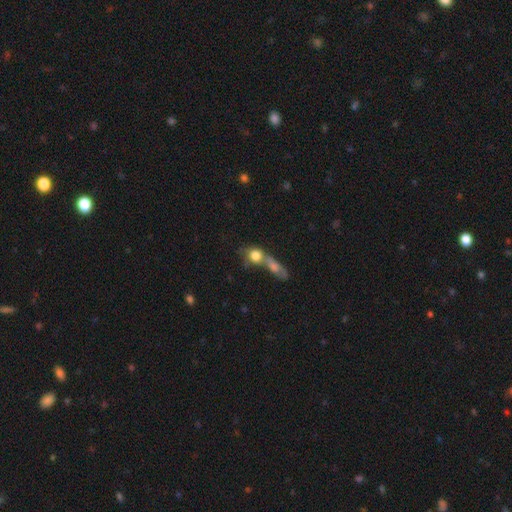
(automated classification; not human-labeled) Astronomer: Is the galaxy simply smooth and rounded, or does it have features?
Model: smooth — 70%.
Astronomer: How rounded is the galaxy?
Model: round — 54% (runner-up: in between, 37%).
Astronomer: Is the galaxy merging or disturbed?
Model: merger — 61%.